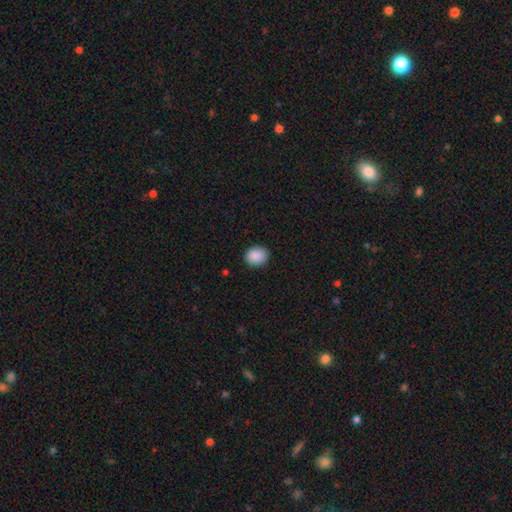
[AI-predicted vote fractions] A smooth galaxy with no disk features (90%) that is round (64%). Merging: none (89%).